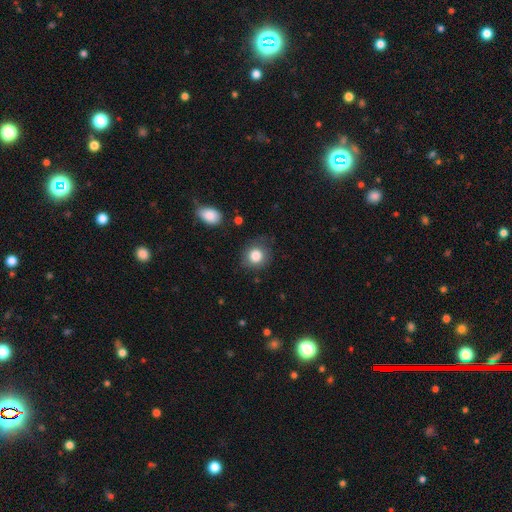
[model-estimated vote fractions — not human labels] A smooth galaxy with no disk features (84%) that is round (82%).

Vote fractions:
- Smooth or featured? smooth: 84% / star or artifact: 9% / featured or disk: 7%
- How rounded? round: 82% / in between: 17% / cigar-shaped: 1%
- Merging? none: 77% / minor disturbance: 16% / major disturbance: 5% / merger: 2%